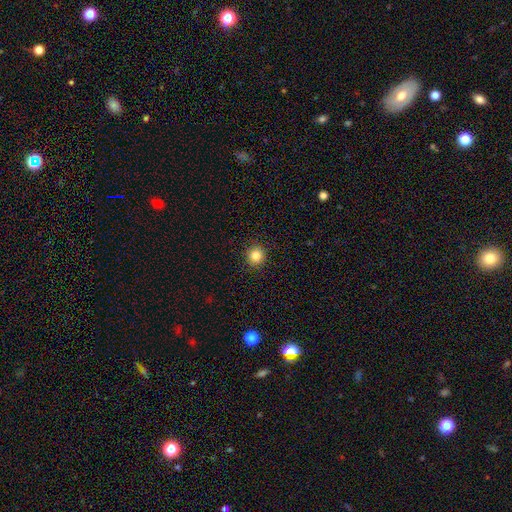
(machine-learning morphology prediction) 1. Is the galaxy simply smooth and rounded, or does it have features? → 84% smooth, 11% star or artifact, 5% featured or disk.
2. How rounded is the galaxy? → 90% round, 9% in between, 1% cigar-shaped.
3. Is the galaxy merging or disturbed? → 91% none, 6% minor disturbance, 2% major disturbance, 1% merger.